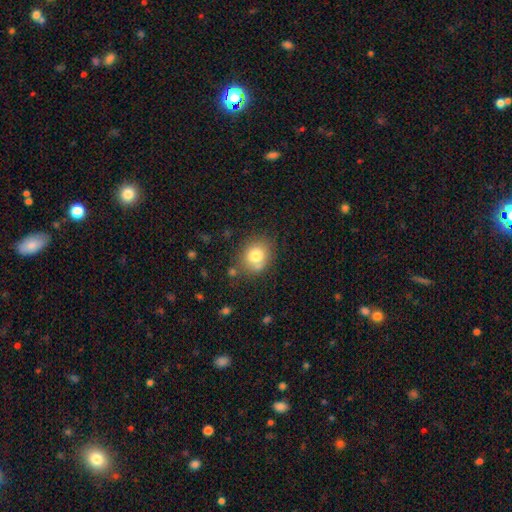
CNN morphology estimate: smooth_or_featured: smooth (p=0.77) [alt: featured or disk p=0.12]
how_rounded: round (p=0.66) [alt: in between p=0.33]
merging: none (p=0.70) [alt: minor disturbance p=0.17]